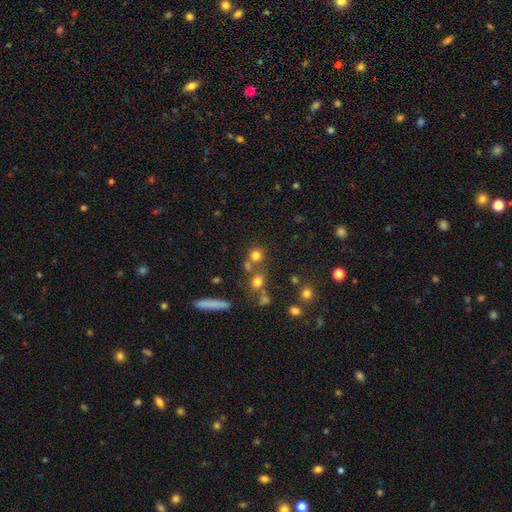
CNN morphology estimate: A smooth galaxy with no disk features (73%) that is round (88%).

Vote fractions:
- Smooth or featured? smooth: 73% / star or artifact: 17% / featured or disk: 10%
- How rounded? round: 88% / in between: 10% / cigar-shaped: 2%
- Merging? none: 62% / merger: 26% / minor disturbance: 8% / major disturbance: 4%